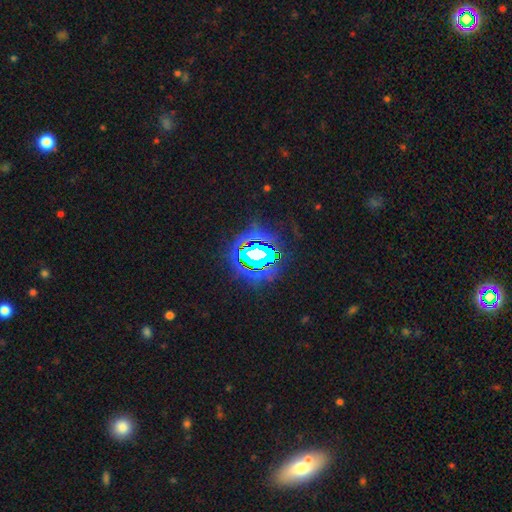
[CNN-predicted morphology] smooth_or_featured: star or artifact (p=0.78) [alt: smooth p=0.12]